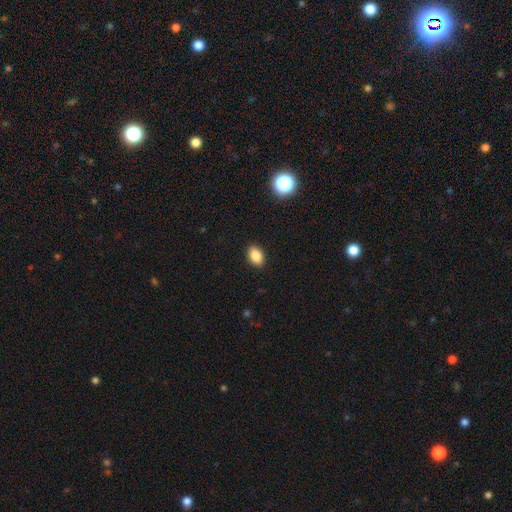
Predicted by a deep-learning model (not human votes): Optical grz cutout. It shows a smooth galaxy with no disk features (86%) that is in between round and cigar-shaped (84%). Merging: none (90%).